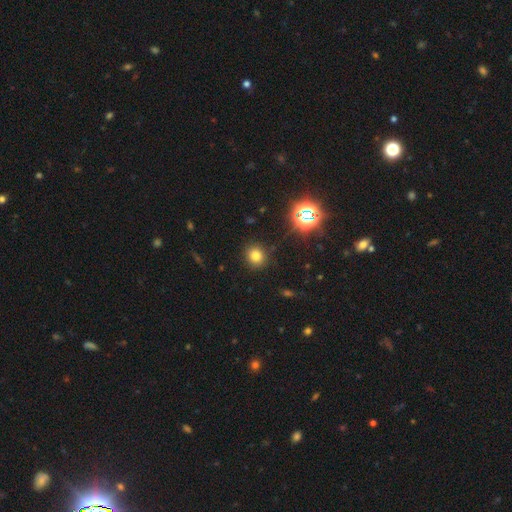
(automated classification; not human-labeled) This is likely a smooth galaxy (76%). How rounded: clearly round (83%). Merging: clearly none (88%).